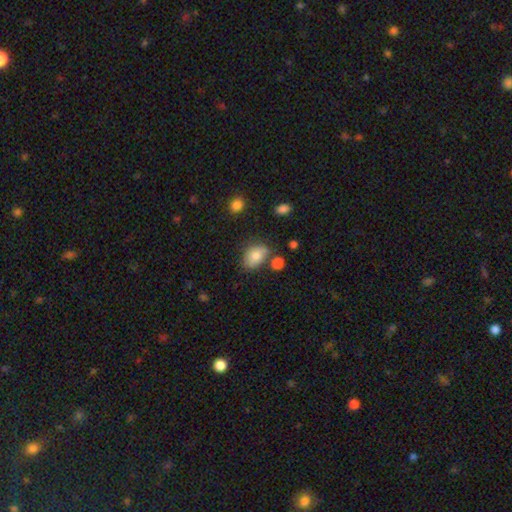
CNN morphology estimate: smooth 79%, featured or disk 13%, star or artifact 8%. Down the decision tree: how rounded — in between (81%); merging — none (61%).